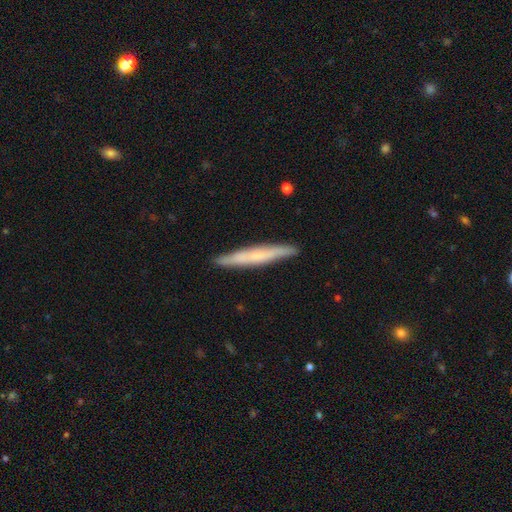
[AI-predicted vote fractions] smooth-or-featured: smooth: 48% | featured or disk: 46% | star or artifact: 6%
  merging: none: 89% | minor disturbance: 9% | major disturbance: 1% | merger: 1%